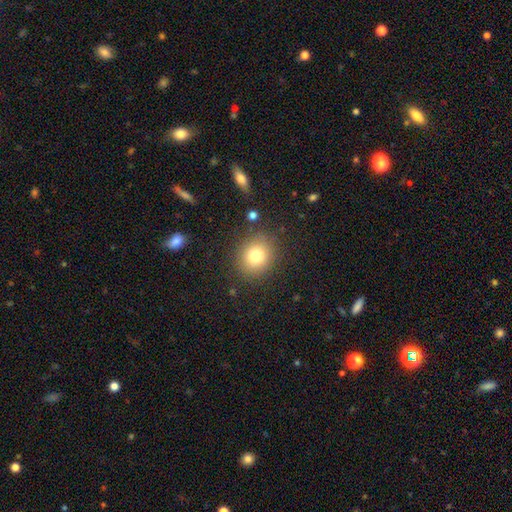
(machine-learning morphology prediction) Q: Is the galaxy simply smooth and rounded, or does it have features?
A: smooth — 79%.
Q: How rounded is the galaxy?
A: round — 76%.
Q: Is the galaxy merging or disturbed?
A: none — 85%.